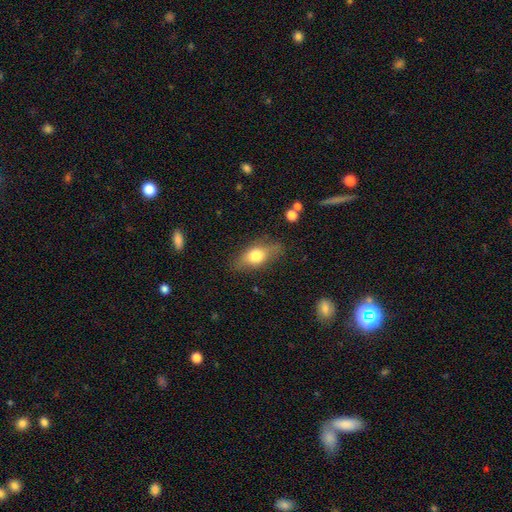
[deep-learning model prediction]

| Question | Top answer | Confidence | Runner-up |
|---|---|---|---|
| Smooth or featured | smooth | 65% | featured or disk (27%) |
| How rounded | in between | 75% | cigar-shaped (15%) |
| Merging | none | 76% | minor disturbance (18%) |